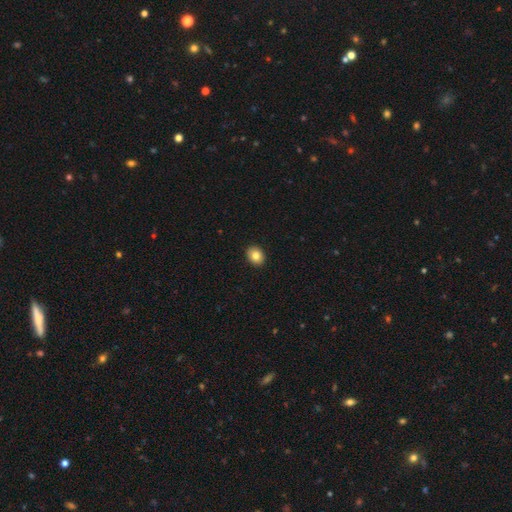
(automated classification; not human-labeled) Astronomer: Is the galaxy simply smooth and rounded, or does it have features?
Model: smooth — 83%.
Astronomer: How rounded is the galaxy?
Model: in between — 52% (runner-up: round, 47%).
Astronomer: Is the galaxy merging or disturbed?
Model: none — 92%.